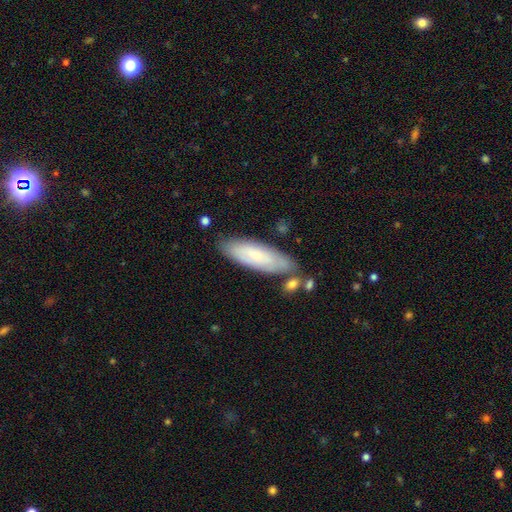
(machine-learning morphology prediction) smooth-or-featured: smooth: 59% | featured or disk: 35% | star or artifact: 6%
  how-rounded: in between: 53% | cigar-shaped: 45% | round: 2%
  merging: none: 74% | minor disturbance: 16% | merger: 6% | major disturbance: 3%